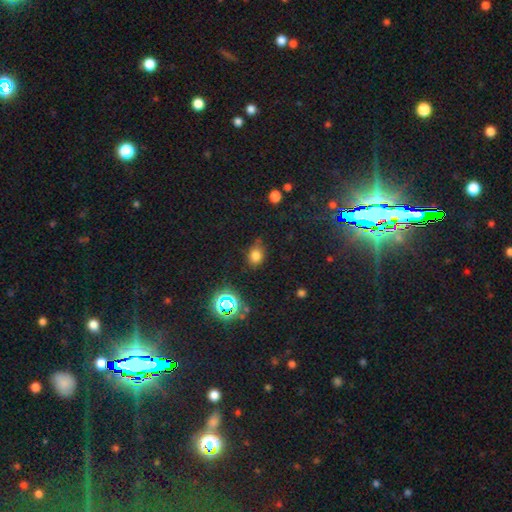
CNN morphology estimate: Smooth or featured?
  - smooth: 72% *
  - star or artifact: 21%
  - featured or disk: 7%
How rounded?
  - in between: 54% *
  - round: 45%
  - cigar-shaped: 1%
Merging?
  - none: 71% *
  - minor disturbance: 20%
  - major disturbance: 5%
  - merger: 3%